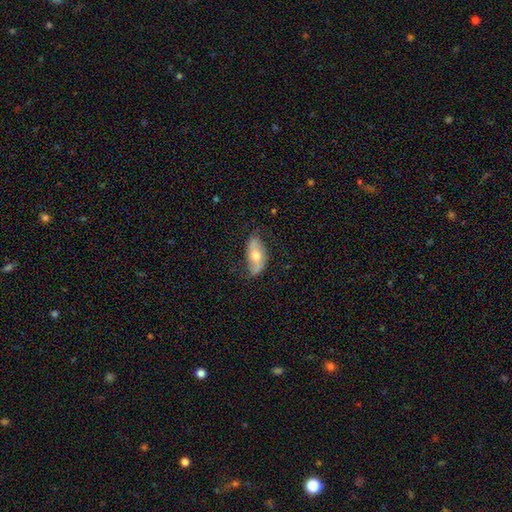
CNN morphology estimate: Smooth or featured? Predicted: featured or disk (p=0.51). Edge-on disk? Predicted: no (p=0.84). Merging? Predicted: none (p=0.71).